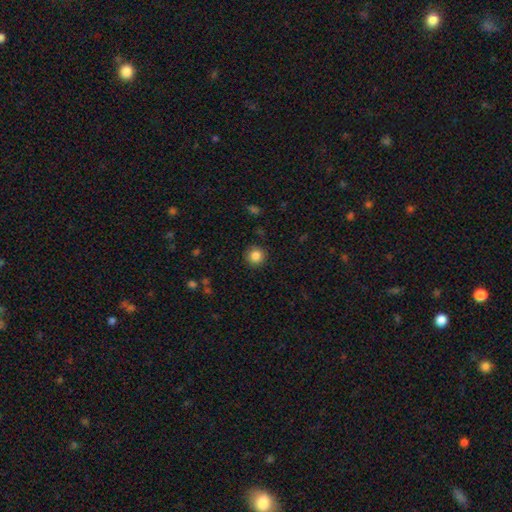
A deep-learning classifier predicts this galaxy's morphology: Smooth or featured? Predicted: smooth (p=0.85). How rounded? Predicted: round (p=0.94). Merging? Predicted: none (p=0.90).